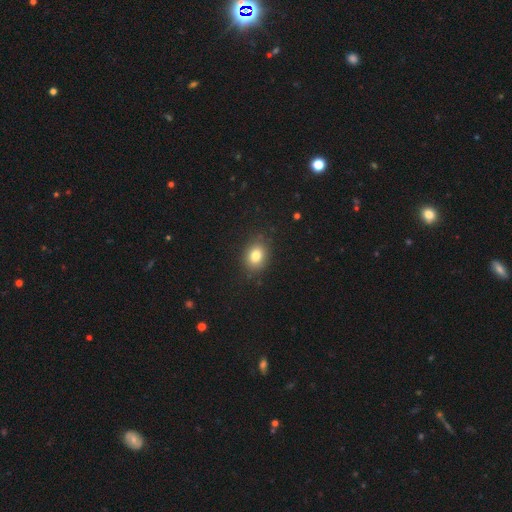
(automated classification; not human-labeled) Smooth or featured? Predicted: smooth (p=0.81). How rounded? Predicted: in between (p=0.53). Merging? Predicted: none (p=0.85).